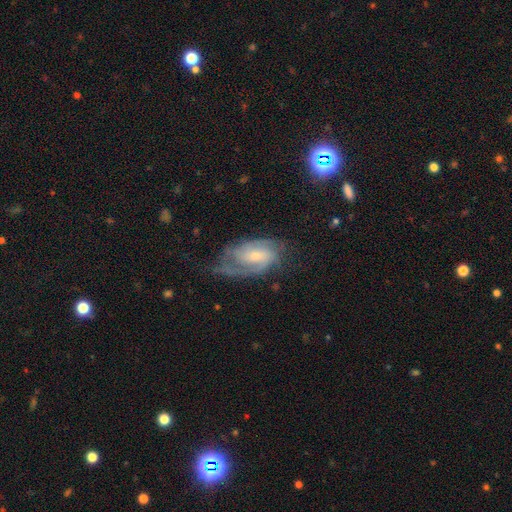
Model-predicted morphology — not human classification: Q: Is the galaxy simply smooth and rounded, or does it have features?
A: featured or disk — 79%.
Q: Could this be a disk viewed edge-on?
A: no — 96%.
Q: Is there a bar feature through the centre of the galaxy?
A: weak — 45%.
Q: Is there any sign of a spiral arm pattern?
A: yes — 93%.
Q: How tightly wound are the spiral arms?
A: medium — 43%, tied with tight.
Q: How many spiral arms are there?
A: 2 — 53%.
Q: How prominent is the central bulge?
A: small — 50%.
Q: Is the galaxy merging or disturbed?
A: none — 55%.